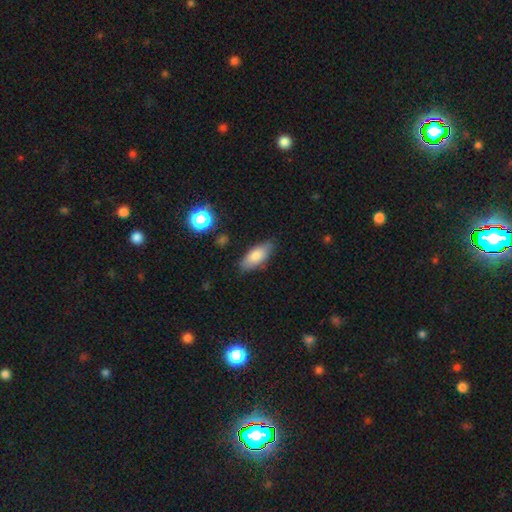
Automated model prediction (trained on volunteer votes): This is likely a smooth galaxy (79%). How rounded: likely in between (80%). Merging: likely none (79%).